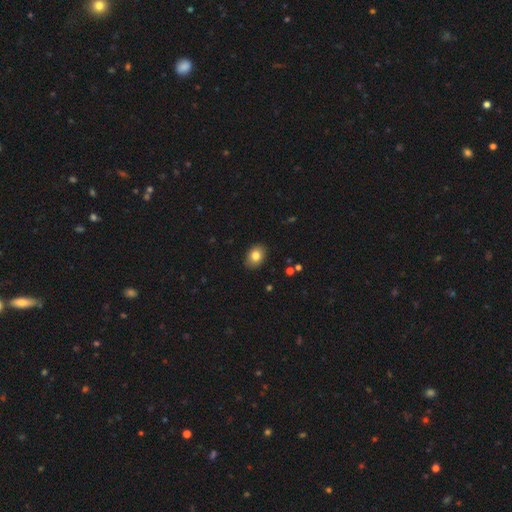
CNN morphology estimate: Q: Smooth or featured?
A: smooth (82%); runner-up: featured or disk (9%)
Q: How rounded?
A: in between (70%); runner-up: round (29%)
Q: Merging?
A: none (88%); runner-up: minor disturbance (9%)